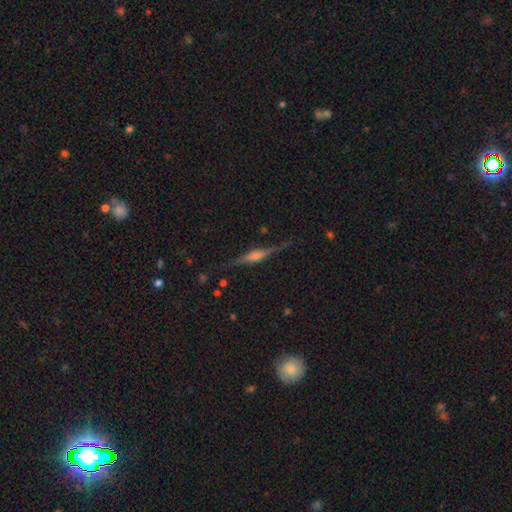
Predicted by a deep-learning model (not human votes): Smooth or featured? featured or disk (81%)
Edge-on disk? yes (98%)
Edge-on bulge? rounded (75%)
Merging? none (86%)